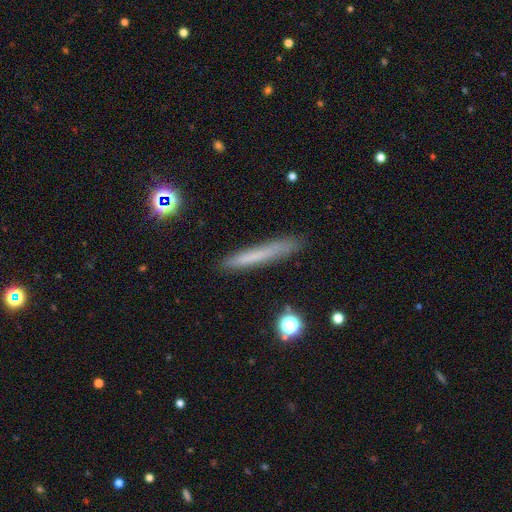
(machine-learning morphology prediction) smooth 64%, featured or disk 26%, star or artifact 10%. Down the decision tree: how rounded — cigar-shaped (96%); merging — none (85%).